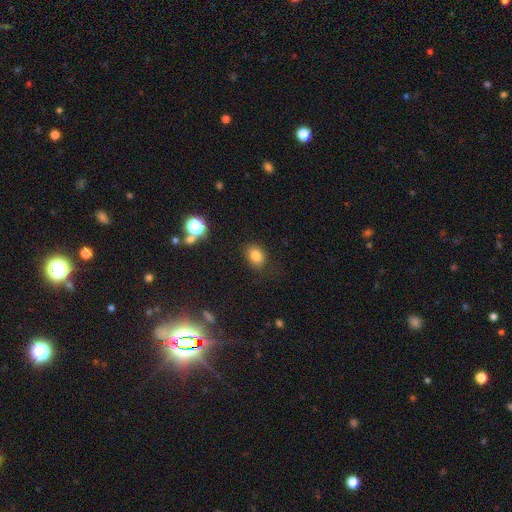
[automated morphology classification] Smooth or featured? Predicted: smooth (p=0.80). How rounded? Predicted: in between (p=0.63). Merging? Predicted: none (p=0.79).